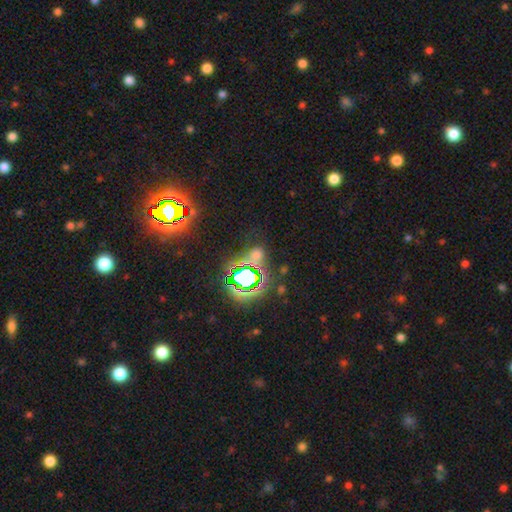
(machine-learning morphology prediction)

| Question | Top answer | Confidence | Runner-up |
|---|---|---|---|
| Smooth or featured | star or artifact | 57% | smooth (34%) |